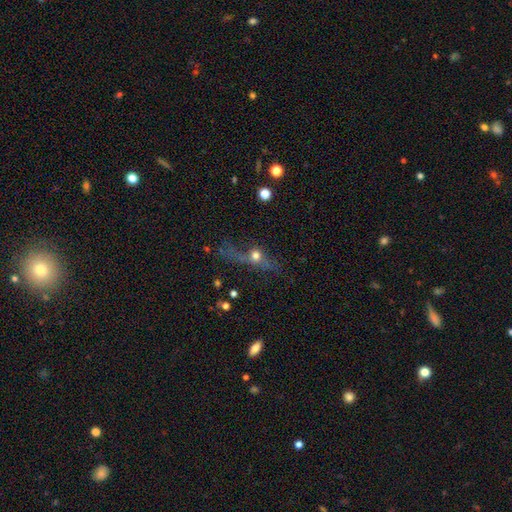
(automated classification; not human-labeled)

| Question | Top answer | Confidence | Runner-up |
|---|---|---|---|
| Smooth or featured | smooth | 45% | featured or disk (36%) |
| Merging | major disturbance | 39% | none (35%) |